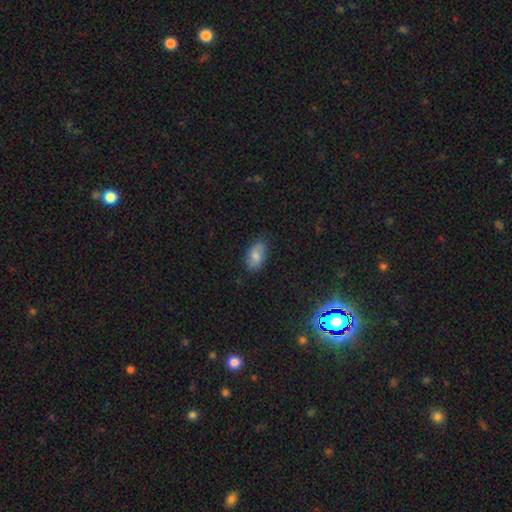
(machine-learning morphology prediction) A smooth galaxy with no disk features (75%) that is in between round and cigar-shaped (92%).

Vote fractions:
- Smooth or featured? smooth: 75% / featured or disk: 17% / star or artifact: 8%
- How rounded? in between: 92% / round: 6% / cigar-shaped: 2%
- Merging? none: 76% / minor disturbance: 19% / major disturbance: 4% / merger: 1%